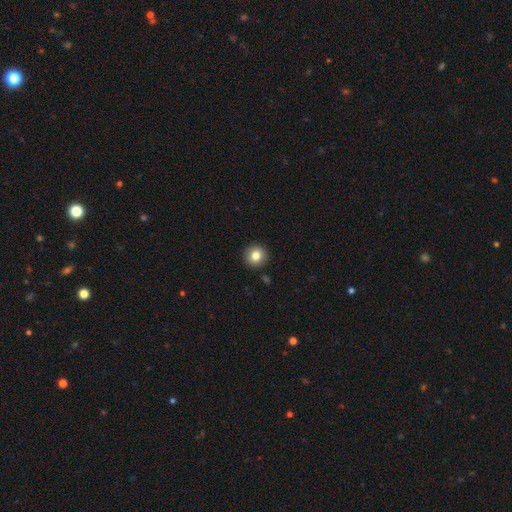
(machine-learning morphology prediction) Smooth or featured? smooth (83%)
How rounded? round (93%)
Merging? none (92%)